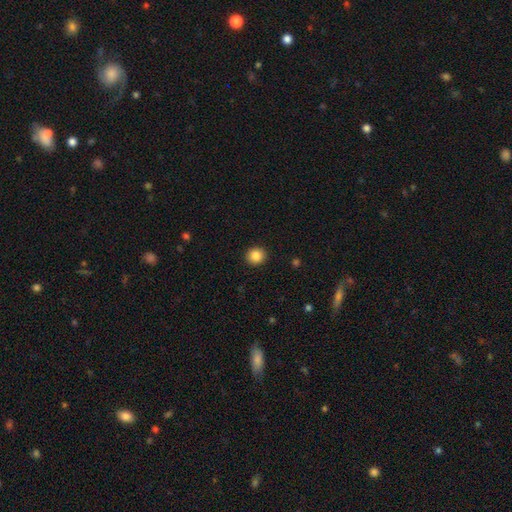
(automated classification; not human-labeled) smooth_or_featured: smooth (p=0.87) [alt: star or artifact p=0.10]
how_rounded: round (p=0.90) [alt: in between p=0.09]
merging: none (p=0.92) [alt: minor disturbance p=0.05]